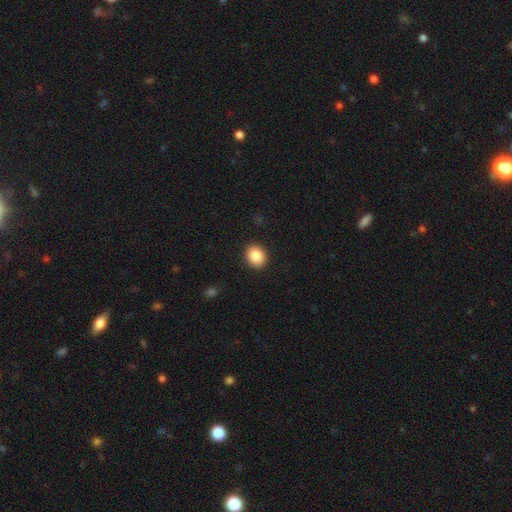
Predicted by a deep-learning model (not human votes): Overall: smooth (86%). How rounded: round (64%; in between 35%). Merging: none (91%).